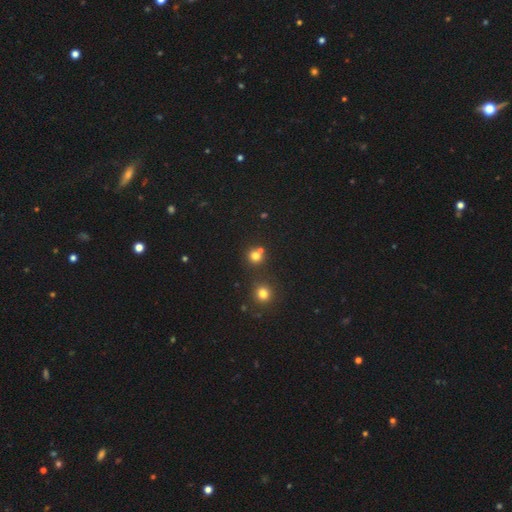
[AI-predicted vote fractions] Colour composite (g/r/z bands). It shows a smooth galaxy with no disk features (74%) that is round (90%). Merging: none (65%).